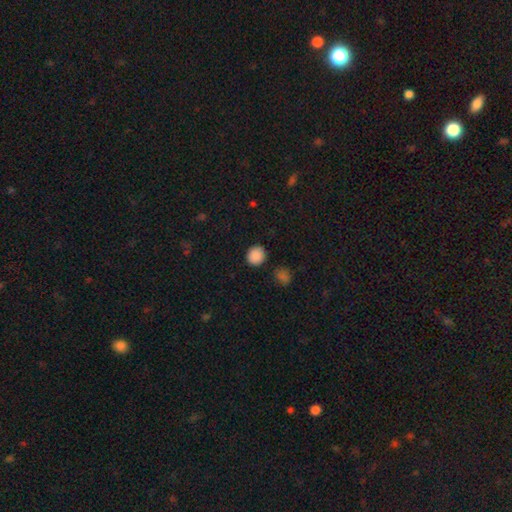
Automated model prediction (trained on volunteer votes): Q: Smooth or featured?
A: smooth (88%); runner-up: star or artifact (9%)
Q: How rounded?
A: round (89%); runner-up: in between (10%)
Q: Merging?
A: none (89%); runner-up: minor disturbance (7%)